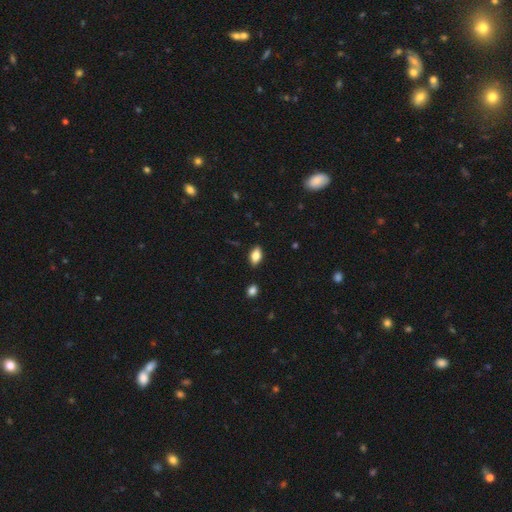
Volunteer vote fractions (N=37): Q: Smooth or featured?
A: smooth (73%); runner-up: featured or disk (22%)
Q: How rounded?
A: in between (93%); runner-up: round (4%)
Q: Merging?
A: none (86%); runner-up: minor disturbance (14%)